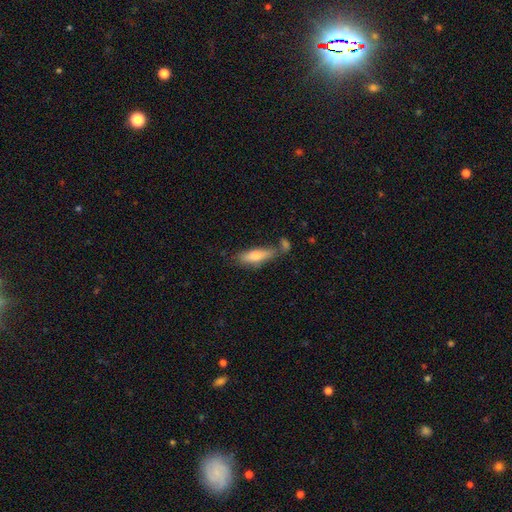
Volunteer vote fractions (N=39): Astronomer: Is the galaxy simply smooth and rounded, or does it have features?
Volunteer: smooth — 59%.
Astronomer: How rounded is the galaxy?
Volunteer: cigar-shaped — 65%.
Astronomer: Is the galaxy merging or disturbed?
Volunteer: none — 75%.